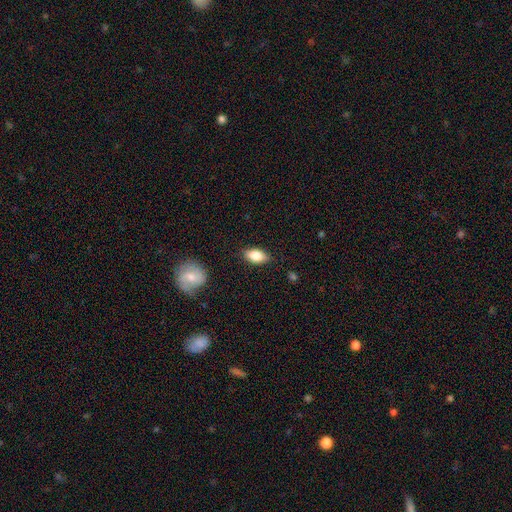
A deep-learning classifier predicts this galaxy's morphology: The model was most divided on "merging": none: 82%, minor disturbance: 14%, major disturbance: 3%, merger: 1%. More confident: how rounded — in between (89%); smooth or featured — smooth (81%).